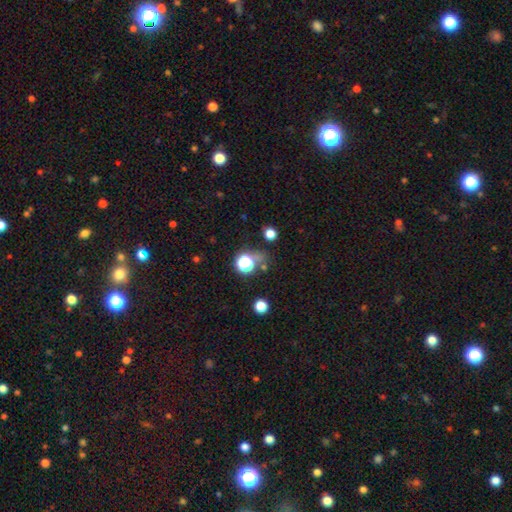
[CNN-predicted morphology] This appears to be a star or artifact, not a galaxy (56%).